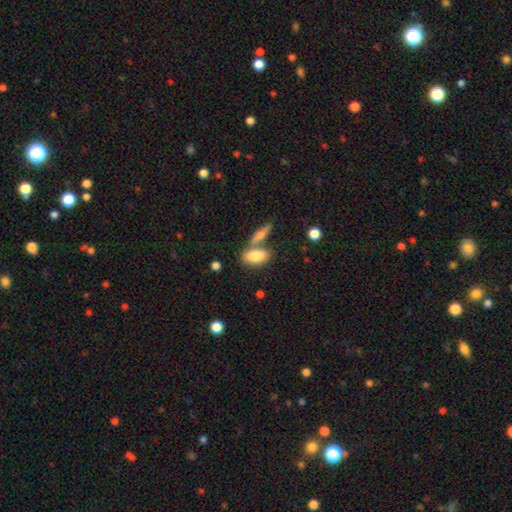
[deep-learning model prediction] Smooth or featured? smooth (83%)
How rounded? in between (89%)
Merging? none (48%)